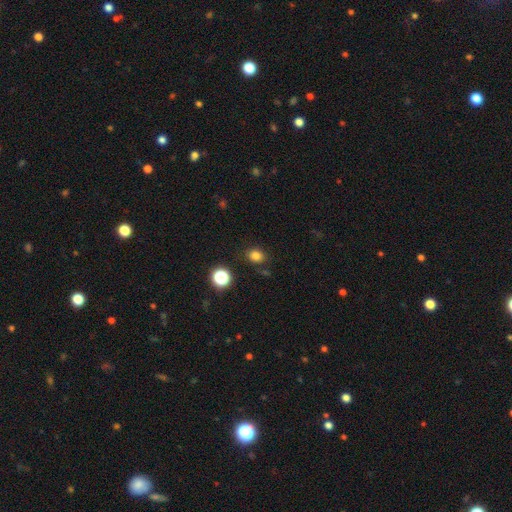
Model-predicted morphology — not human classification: Smooth or featured?
  - smooth: 79% *
  - star or artifact: 15%
  - featured or disk: 6%
How rounded?
  - round: 57% *
  - in between: 42%
  - cigar-shaped: 1%
Merging?
  - none: 82% *
  - minor disturbance: 11%
  - major disturbance: 3%
  - merger: 3%